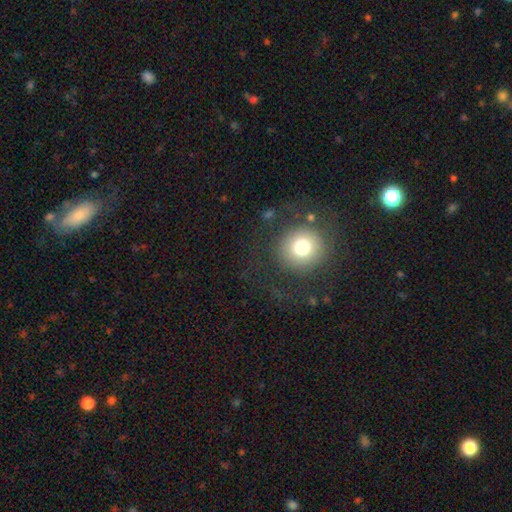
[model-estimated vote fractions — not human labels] A smooth galaxy with no disk features (59%) that is round (91%). Merging: none (75%).